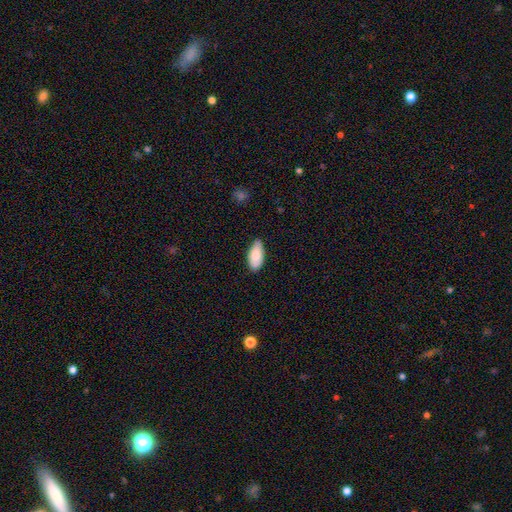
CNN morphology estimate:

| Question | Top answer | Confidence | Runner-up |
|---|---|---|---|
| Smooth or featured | smooth | 82% | featured or disk (12%) |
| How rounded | in between | 90% | cigar-shaped (8%) |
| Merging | none | 79% | minor disturbance (17%) |